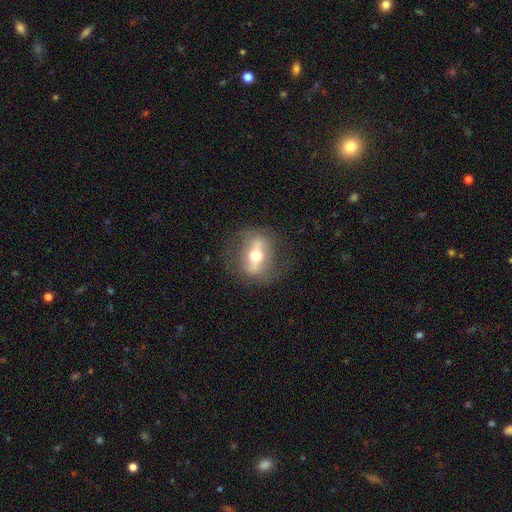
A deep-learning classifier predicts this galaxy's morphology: This is likely a featured or disk galaxy (66%). It is likely not viewed edge-on (62%). Merging: likely none (77%).